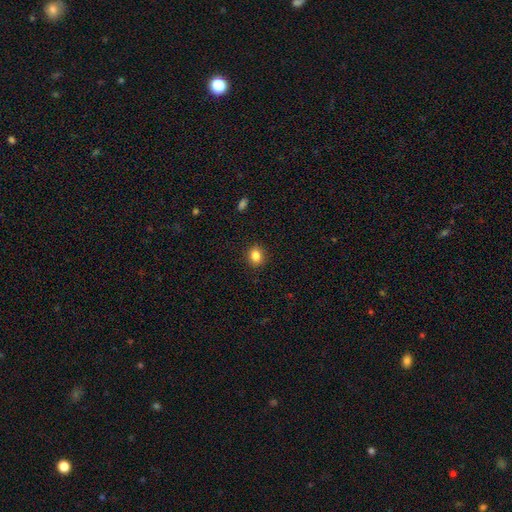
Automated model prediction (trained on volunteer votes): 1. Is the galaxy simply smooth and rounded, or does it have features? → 85% smooth, 10% star or artifact, 5% featured or disk.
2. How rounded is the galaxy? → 61% round, 38% in between, 1% cigar-shaped.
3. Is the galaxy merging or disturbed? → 90% none, 7% minor disturbance, 2% major disturbance, 1% merger.